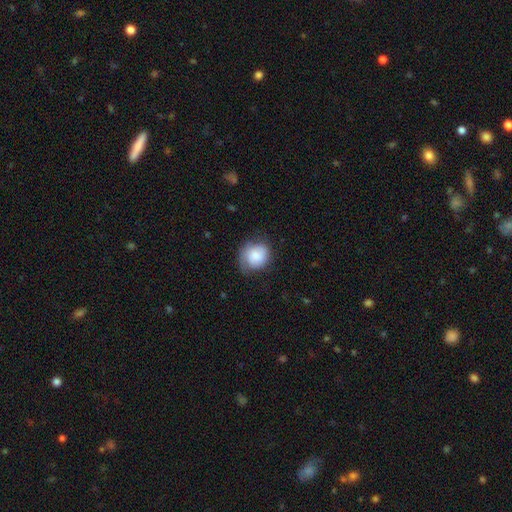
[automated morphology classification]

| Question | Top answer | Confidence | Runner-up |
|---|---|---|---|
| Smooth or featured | smooth | 73% | featured or disk (19%) |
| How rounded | round | 73% | in between (26%) |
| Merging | none | 55% | minor disturbance (32%) |